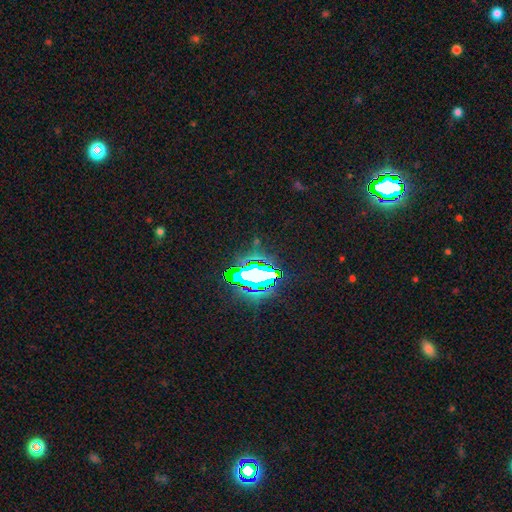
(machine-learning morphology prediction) Q: Smooth or featured?
A: star or artifact (77%); runner-up: smooth (15%)